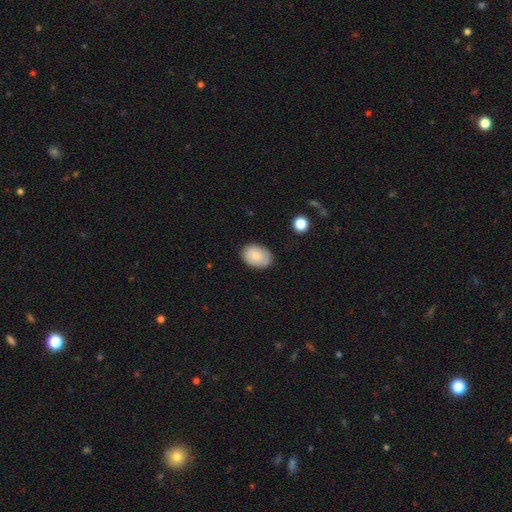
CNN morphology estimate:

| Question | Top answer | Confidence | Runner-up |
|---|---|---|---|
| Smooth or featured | smooth | 81% | featured or disk (12%) |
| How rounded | in between | 82% | round (17%) |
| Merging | none | 82% | minor disturbance (14%) |